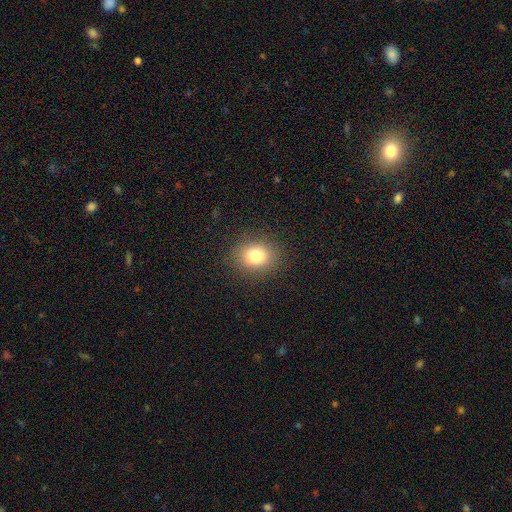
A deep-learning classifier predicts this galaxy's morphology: Smooth or featured: smooth — 79% (star or artifact — 12%)
How rounded: round — 63% (in between — 36%)
Merging: none — 87% (minor disturbance — 8%)